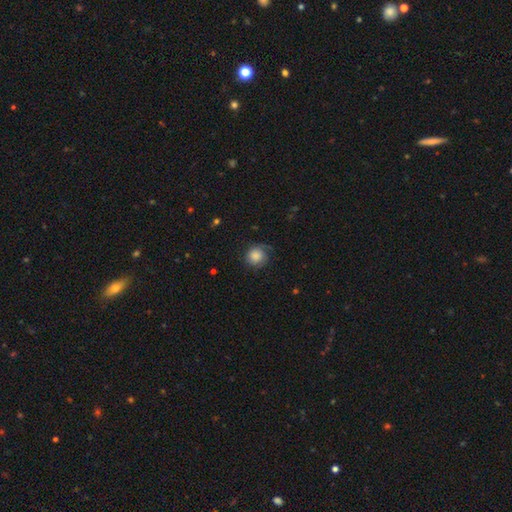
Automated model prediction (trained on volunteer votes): Smooth or featured: smooth — 73% (featured or disk — 19%)
How rounded: round — 87% (in between — 12%)
Merging: none — 67% (minor disturbance — 22%)